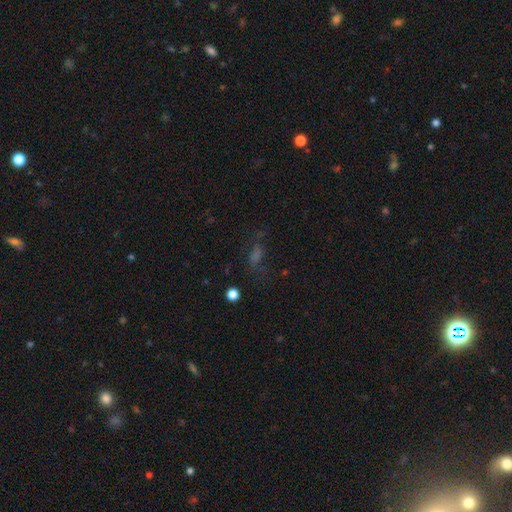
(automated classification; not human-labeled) Smooth or featured?
  - smooth: 40% *
  - star or artifact: 35%
  - featured or disk: 25%
Merging?
  - none: 53% *
  - major disturbance: 25%
  - minor disturbance: 18%
  - merger: 3%